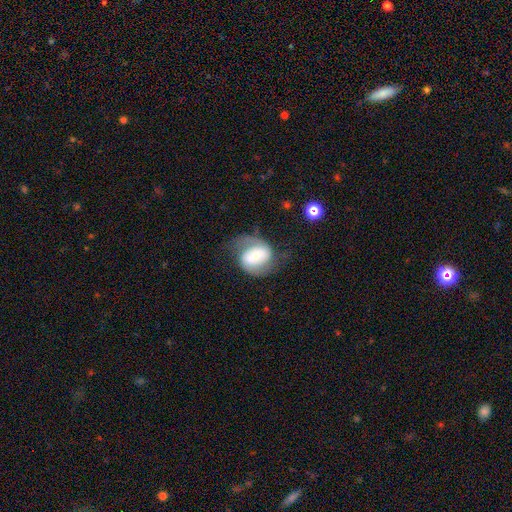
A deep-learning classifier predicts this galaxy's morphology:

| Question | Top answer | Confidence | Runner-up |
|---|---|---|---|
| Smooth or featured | featured or disk | 67% | smooth (26%) |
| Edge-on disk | no | 97% | yes (3%) |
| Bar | no | 43% | weak (34%) |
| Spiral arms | yes | 85% | no (15%) |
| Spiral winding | medium | 45% | loose (33%) |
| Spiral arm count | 2 | 84% | can't tell (8%) |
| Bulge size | moderate | 42% | small (41%) |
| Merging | none | 55% | minor disturbance (21%) |